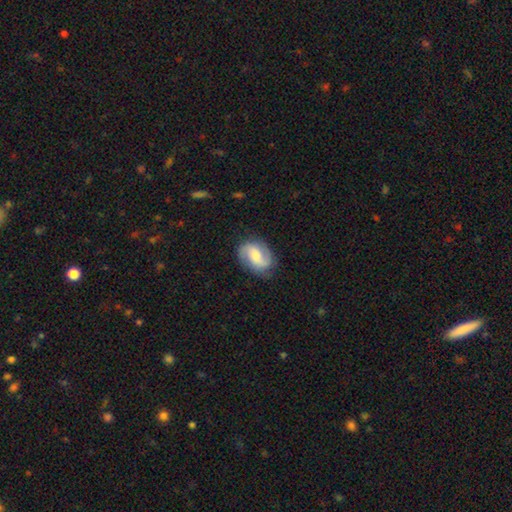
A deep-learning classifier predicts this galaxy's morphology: This is likely a featured or disk galaxy (66%). It is clearly not viewed edge-on (97%). Bar: marginally weak (45%). Spiral arm pattern: clearly yes (93%). Spiral arm count: clearly 2 (86%). Spiral winding: marginally medium (44%). Central bulge: possibly moderate (52%). Merging: likely none (79%).